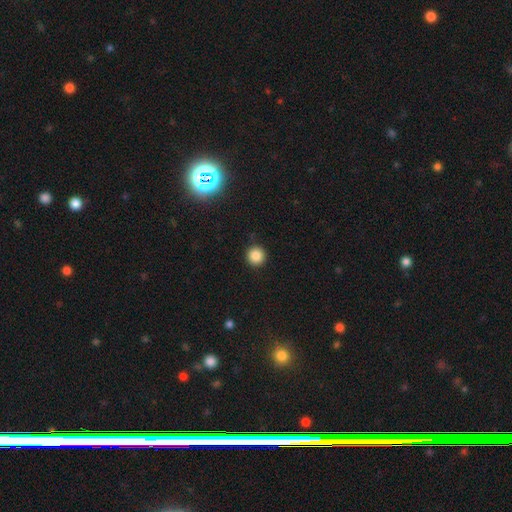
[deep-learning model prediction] smooth-or-featured: smooth: 84% | star or artifact: 11% | featured or disk: 4%
  how-rounded: round: 96% | in between: 3% | cigar-shaped: 1%
  merging: none: 92% | minor disturbance: 5% | major disturbance: 2% | merger: 1%